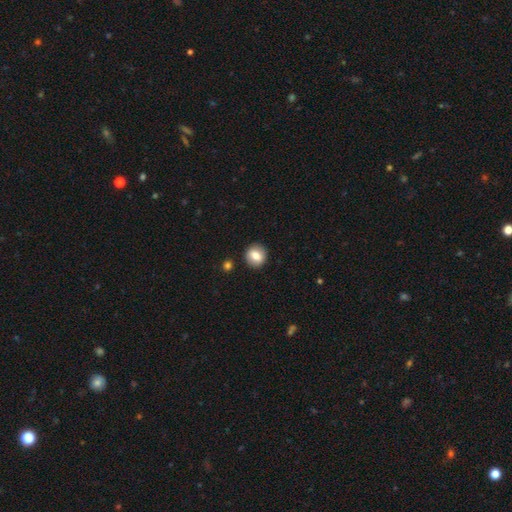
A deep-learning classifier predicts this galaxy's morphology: type=smooth (78%); roundness=round (81%); merging=none (90%).